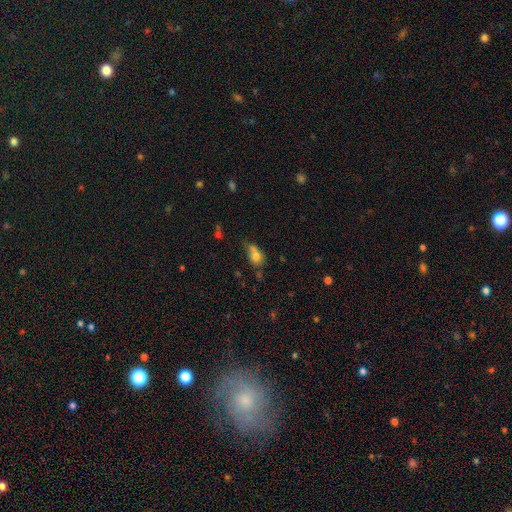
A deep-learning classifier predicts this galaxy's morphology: A smooth galaxy with no disk features (72%) that is in between round and cigar-shaped (62%). Merging: none (35%).